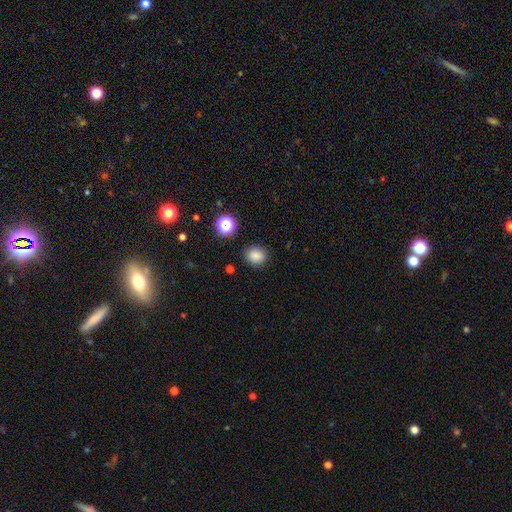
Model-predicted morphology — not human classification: smooth-or-featured: smooth: 84% | star or artifact: 12% | featured or disk: 4%
  how-rounded: round: 70% | in between: 29% | cigar-shaped: 1%
  merging: none: 87% | minor disturbance: 9% | major disturbance: 3% | merger: 2%